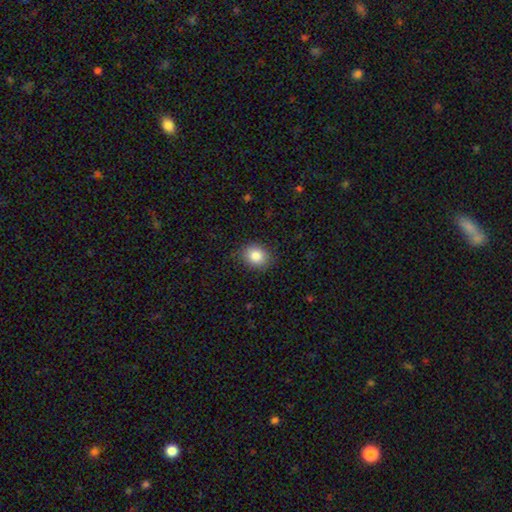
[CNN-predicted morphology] smooth_or_featured: smooth (p=0.85) [alt: star or artifact p=0.09]
how_rounded: round (p=0.54) [alt: in between p=0.45]
merging: none (p=0.85) [alt: minor disturbance p=0.12]